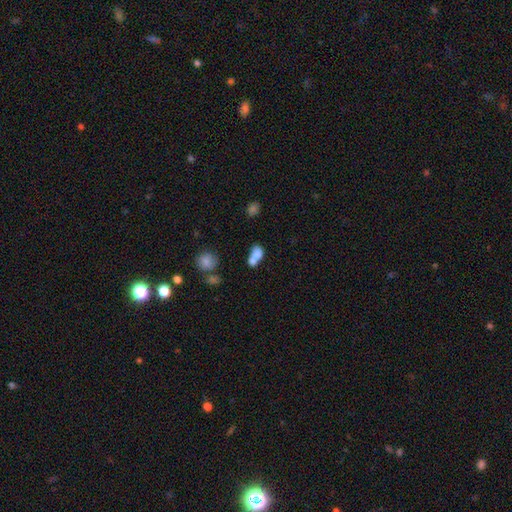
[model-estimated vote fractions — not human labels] smooth-or-featured: smooth: 73% | featured or disk: 16% | star or artifact: 10%
  how-rounded: in between: 70% | round: 27% | cigar-shaped: 3%
  merging: merger: 64% | none: 21% | minor disturbance: 9% | major disturbance: 6%